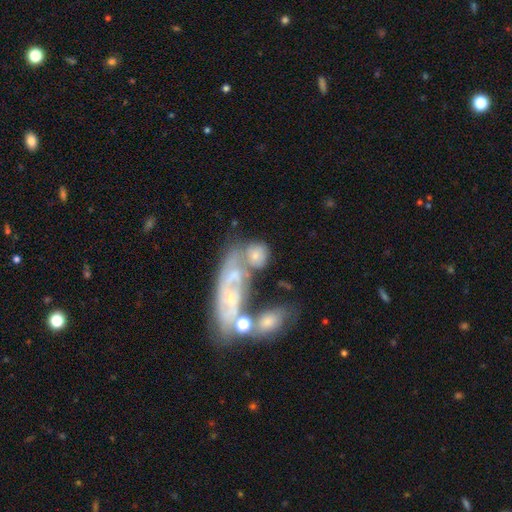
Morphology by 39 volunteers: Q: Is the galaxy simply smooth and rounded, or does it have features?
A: smooth — 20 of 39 (51%).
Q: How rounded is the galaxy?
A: round — 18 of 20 (90%).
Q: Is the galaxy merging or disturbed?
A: merger — 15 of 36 (42%).